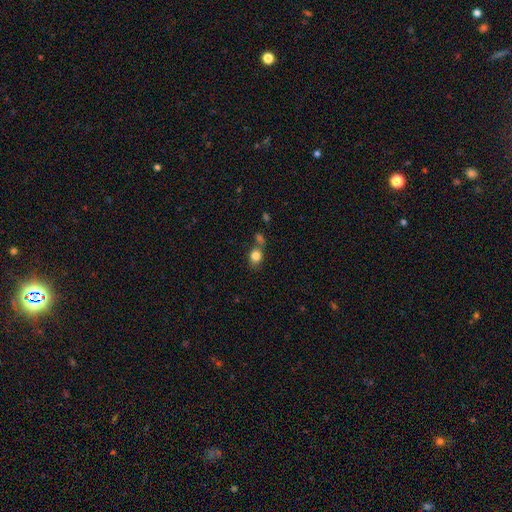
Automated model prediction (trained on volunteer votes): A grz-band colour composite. It shows a smooth galaxy with no disk features (82%) that is round (53%). Merging: none (51%).